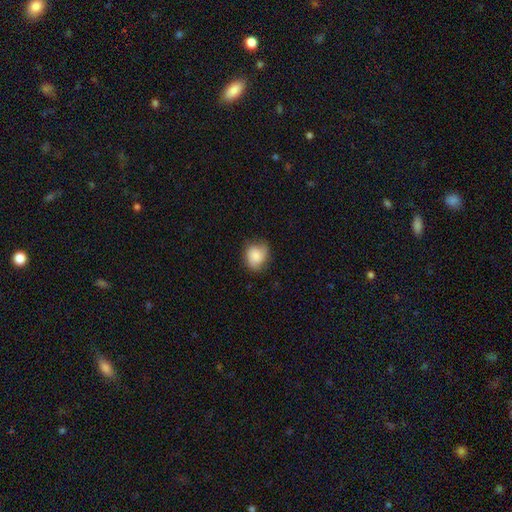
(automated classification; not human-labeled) Smooth or featured? smooth (76%)
How rounded? round (59%)
Merging? none (66%)